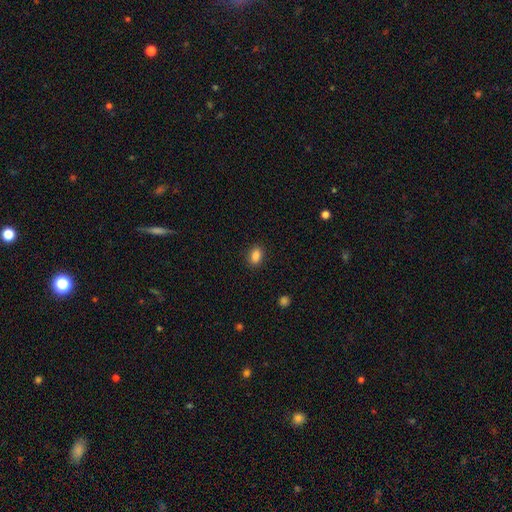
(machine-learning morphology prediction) Smooth or featured? smooth (86%)
How rounded? in between (78%)
Merging? none (89%)